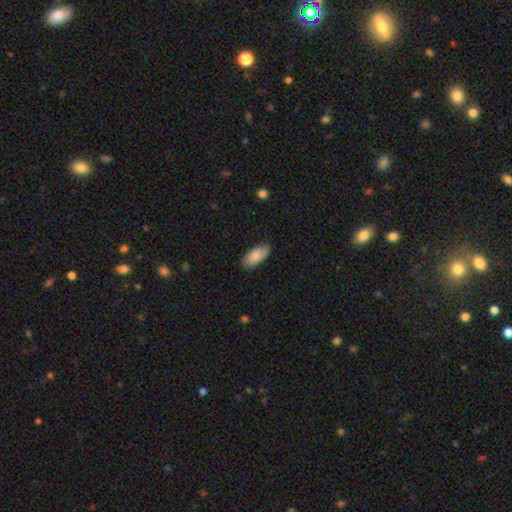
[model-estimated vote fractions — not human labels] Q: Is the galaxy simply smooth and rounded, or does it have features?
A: smooth — 83%.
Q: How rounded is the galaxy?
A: in between — 91%.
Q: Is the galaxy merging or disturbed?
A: none — 84%.